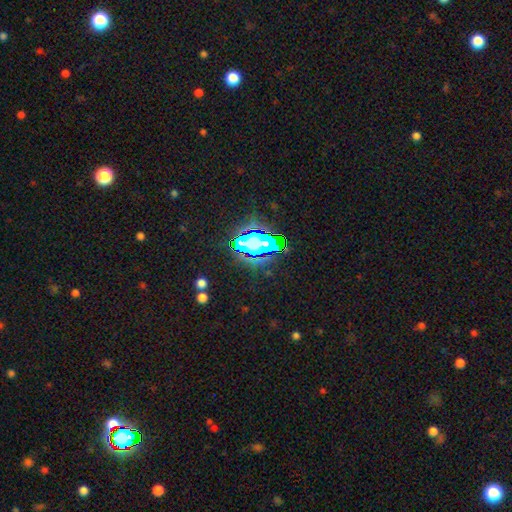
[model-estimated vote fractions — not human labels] The model was most divided on "smooth or featured": star or artifact: 77%, smooth: 14%, featured or disk: 10%.